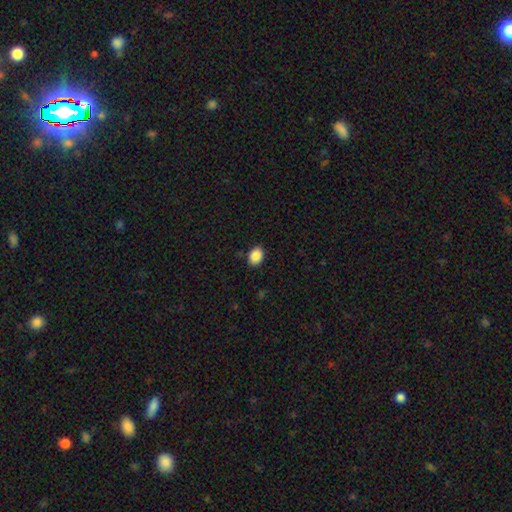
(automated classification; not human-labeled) Smooth or featured?
  - smooth: 88% *
  - star or artifact: 8%
  - featured or disk: 4%
How rounded?
  - in between: 71% *
  - round: 28%
  - cigar-shaped: 1%
Merging?
  - none: 87% *
  - minor disturbance: 9%
  - major disturbance: 2%
  - merger: 1%